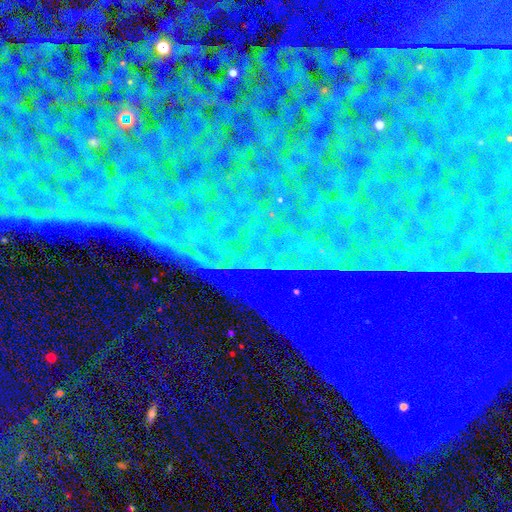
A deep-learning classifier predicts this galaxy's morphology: Smooth or featured? Predicted: star or artifact (p=0.86).